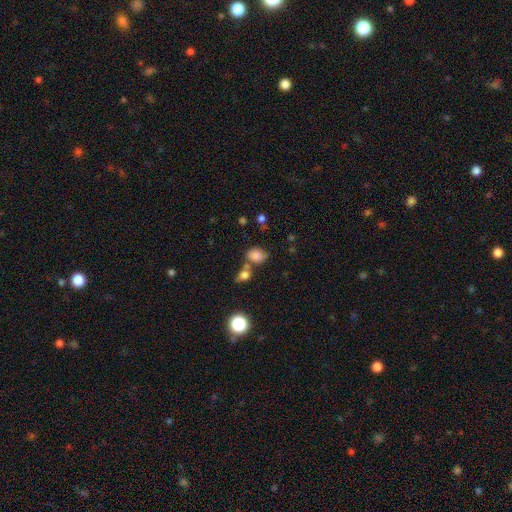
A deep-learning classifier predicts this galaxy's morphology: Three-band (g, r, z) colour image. It shows a smooth galaxy with no disk features (78%) that is in between round and cigar-shaped (56%). Merging: none (50%).